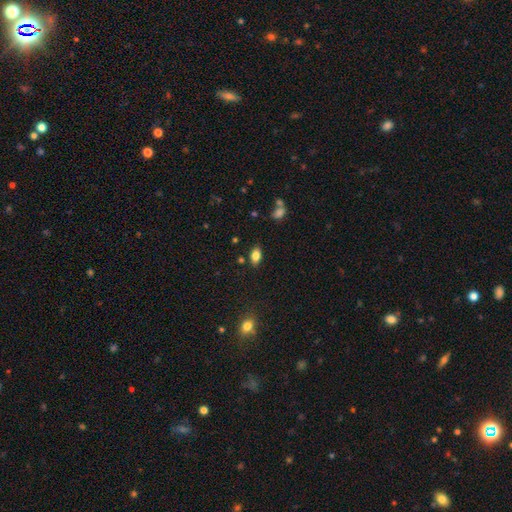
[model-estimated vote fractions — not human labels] smooth-or-featured: smooth: 82% | star or artifact: 9% | featured or disk: 9%
  how-rounded: in between: 88% | round: 9% | cigar-shaped: 3%
  merging: none: 83% | minor disturbance: 12% | merger: 3% | major disturbance: 3%